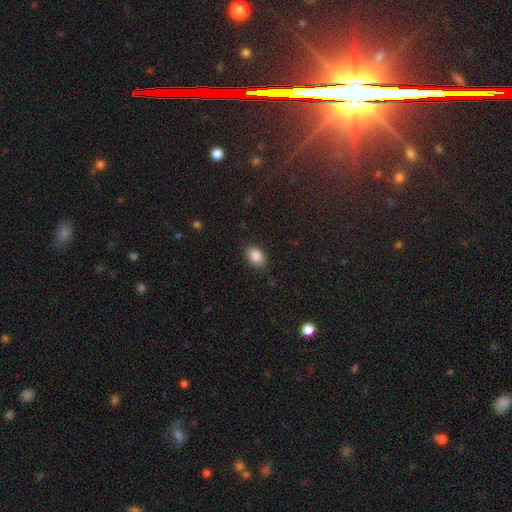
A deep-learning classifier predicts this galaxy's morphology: Smooth or featured? Predicted: smooth (p=0.88). How rounded? Predicted: in between (p=0.87). Merging? Predicted: none (p=0.83).